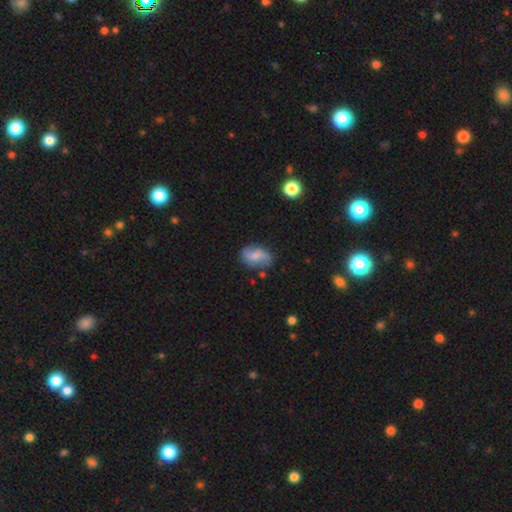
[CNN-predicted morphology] Overall: featured or disk (46%, tied with smooth). Merging: none (67%).